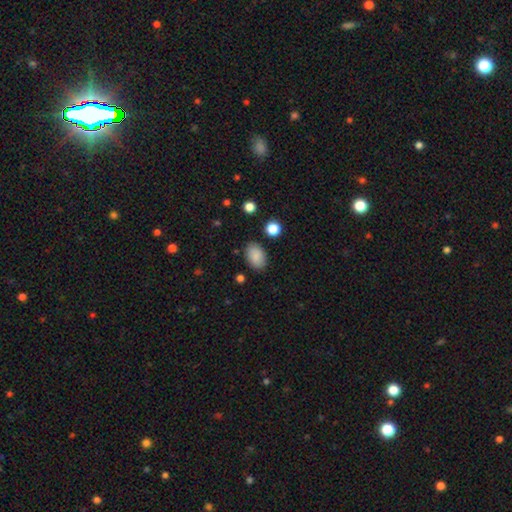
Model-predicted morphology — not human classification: The model was most divided on "merging": none: 85%, minor disturbance: 10%, major disturbance: 3%, merger: 2%. More confident: how rounded — in between (87%); smooth or featured — smooth (87%).